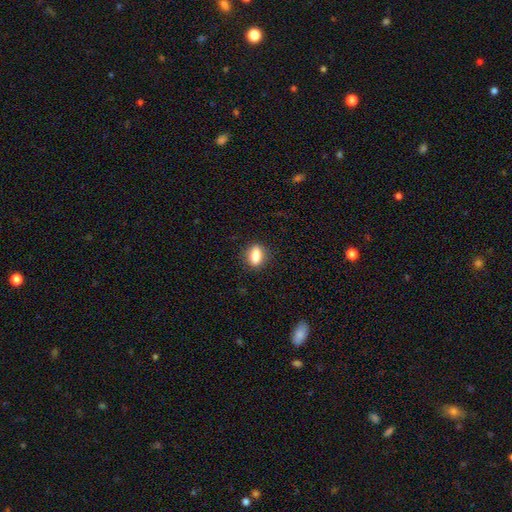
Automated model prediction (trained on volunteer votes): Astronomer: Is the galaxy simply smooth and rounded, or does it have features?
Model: smooth — 82%.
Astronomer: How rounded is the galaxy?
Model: in between — 73%.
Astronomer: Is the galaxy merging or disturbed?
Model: none — 85%.